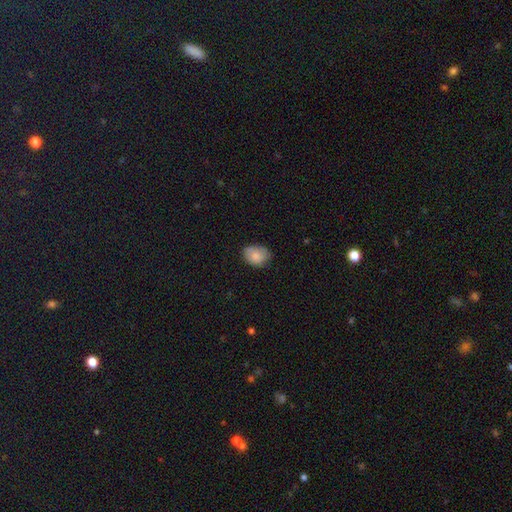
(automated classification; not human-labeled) A smooth galaxy with no disk features (83%) that is in between round and cigar-shaped (67%).

Vote fractions:
- Smooth or featured? smooth: 83% / featured or disk: 10% / star or artifact: 7%
- How rounded? in between: 67% / round: 32% / cigar-shaped: 1%
- Merging? none: 70% / minor disturbance: 25% / major disturbance: 4% / merger: 1%